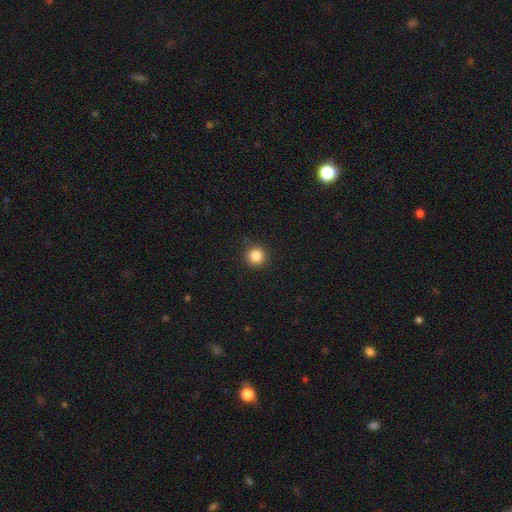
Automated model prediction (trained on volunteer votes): This appears to be a smooth galaxy with no disk features (85%) that is round (95%). Merging: none (91%).